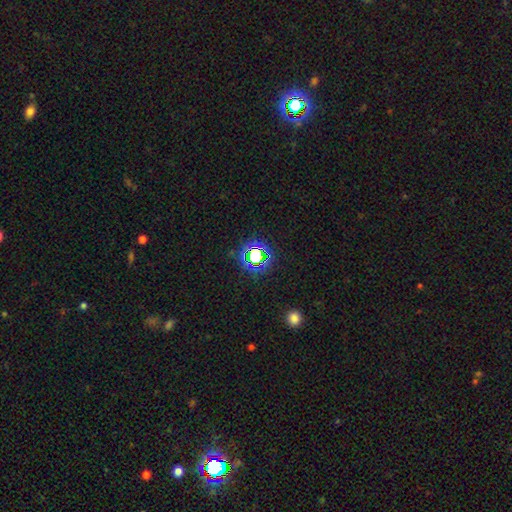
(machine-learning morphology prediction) Smooth or featured? star or artifact (69%)